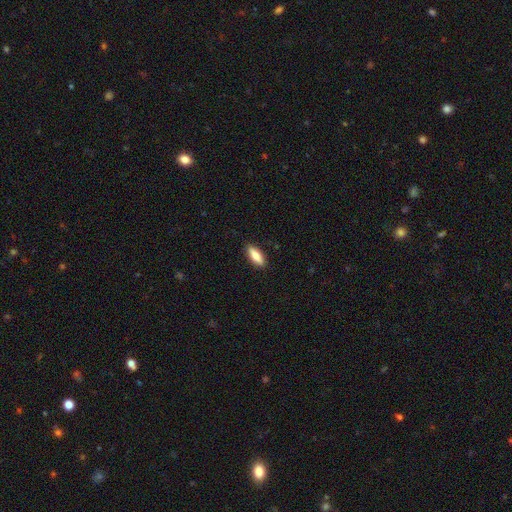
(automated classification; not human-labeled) smooth 79%, featured or disk 15%, star or artifact 6%. Down the decision tree: how rounded — in between (63%); merging — none (89%).